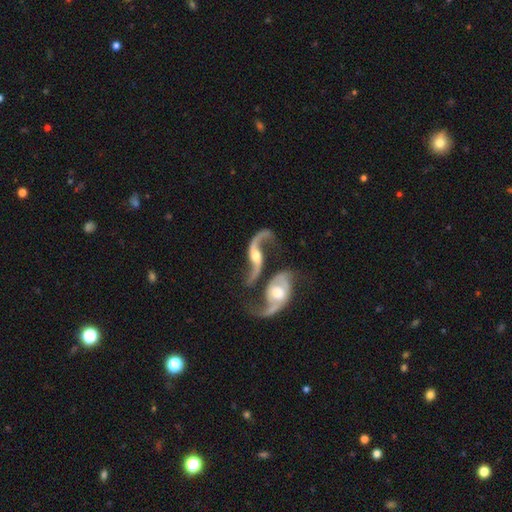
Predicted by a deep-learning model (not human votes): smooth-or-featured: featured or disk: 90% | smooth: 6% | star or artifact: 5%
  disk-edge-on: no: 93% | yes: 7%
    bar: no: 49% | weak: 35% | strong: 16%
    has-spiral-arms: yes: 95% | no: 5%
      spiral-winding: loose: 88% | medium: 10% | tight: 3%
      spiral-arm-count: 2: 91% | 1: 5% | can't tell: 2% | 3: 1% | 4: 1% | more than 4: 1%
    bulge-size: moderate: 59% | small: 26% | large: 9% | none: 4% | dominant: 2%
  merging: merger: 41% | none: 36% | minor disturbance: 12% | major disturbance: 11%